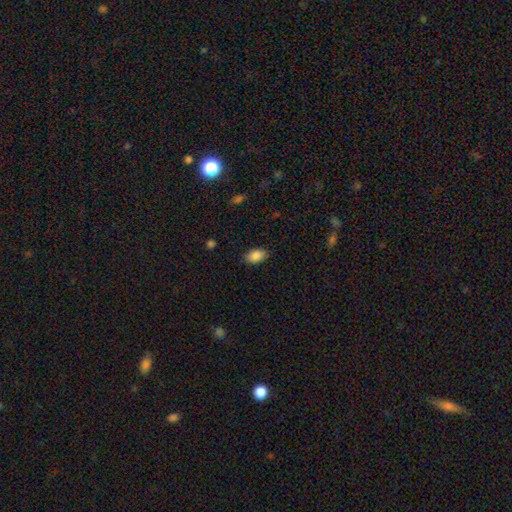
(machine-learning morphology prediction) Smooth or featured?
  - smooth: 88% *
  - star or artifact: 8%
  - featured or disk: 5%
How rounded?
  - in between: 91% *
  - round: 8%
  - cigar-shaped: 2%
Merging?
  - none: 86% *
  - minor disturbance: 11%
  - major disturbance: 3%
  - merger: 1%